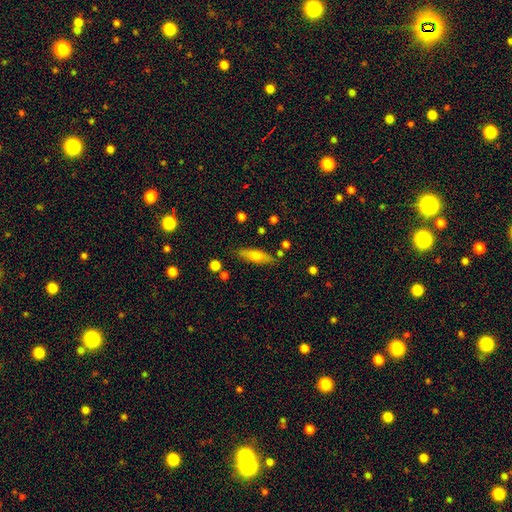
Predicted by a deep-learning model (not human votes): smooth-or-featured: smooth: 62% | featured or disk: 31% | star or artifact: 7%
  how-rounded: cigar-shaped: 50% | in between: 48% | round: 3%
  merging: none: 80% | minor disturbance: 12% | merger: 4% | major disturbance: 3%